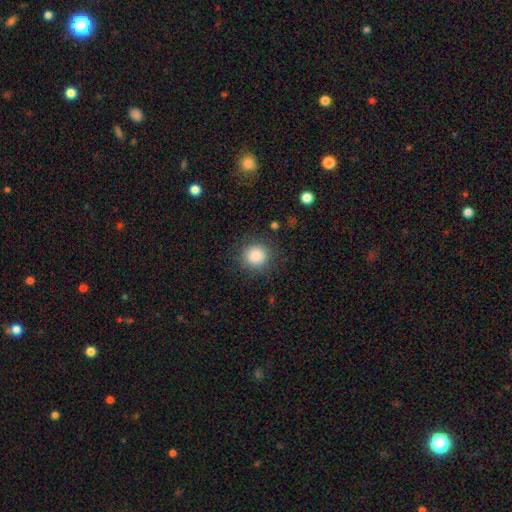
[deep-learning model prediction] The model was most divided on "smooth or featured": smooth: 86%, star or artifact: 10%, featured or disk: 4%. More confident: how rounded — round (91%); merging — none (87%).